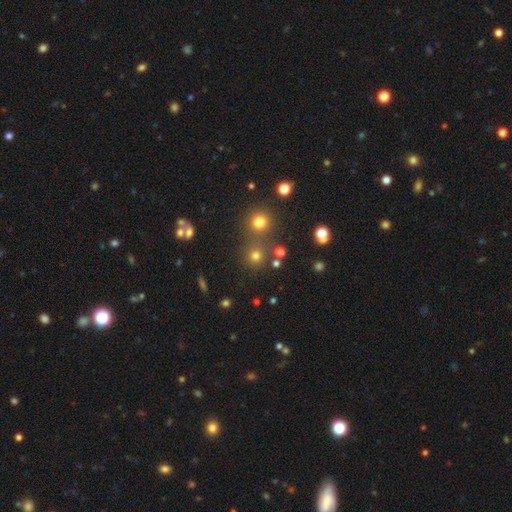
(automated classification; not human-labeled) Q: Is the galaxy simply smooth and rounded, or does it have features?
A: smooth — 71%.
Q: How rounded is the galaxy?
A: round — 91%.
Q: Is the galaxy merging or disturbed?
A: none — 70%.